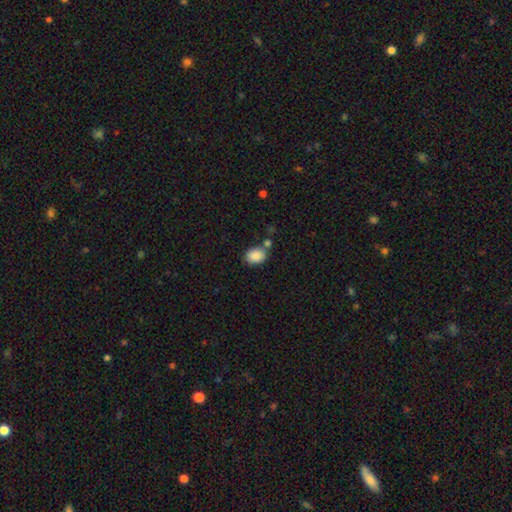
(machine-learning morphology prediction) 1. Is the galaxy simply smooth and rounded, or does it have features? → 87% smooth, 8% star or artifact, 5% featured or disk.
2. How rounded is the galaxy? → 69% in between, 30% round, 1% cigar-shaped.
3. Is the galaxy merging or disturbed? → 64% none, 17% merger, 15% minor disturbance, 4% major disturbance.